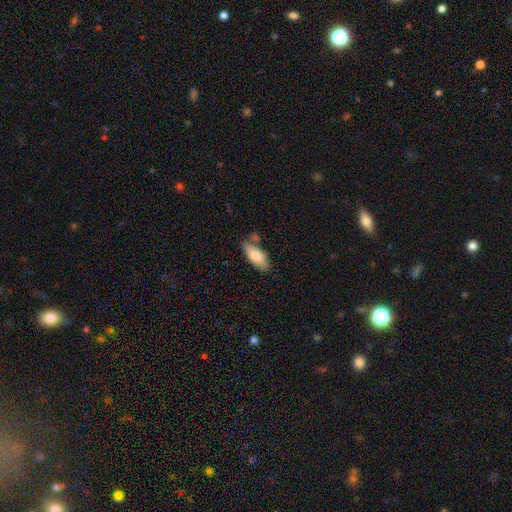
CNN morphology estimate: A smooth galaxy with no disk features (74%) that is in between round and cigar-shaped (81%). Merging: none (65%).